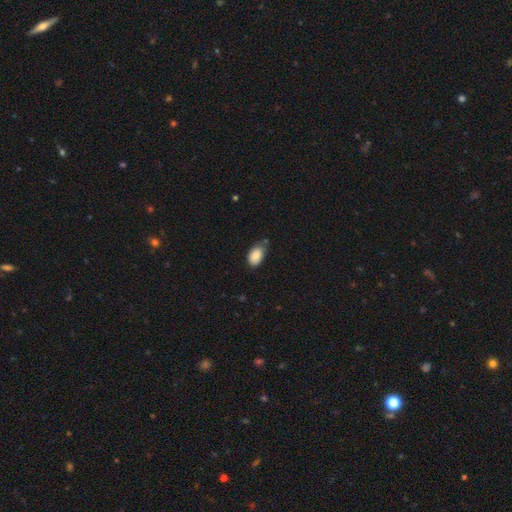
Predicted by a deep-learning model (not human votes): Overall: smooth (87%). How rounded: in between (90%). Merging: none (60%; minor disturbance 30%).